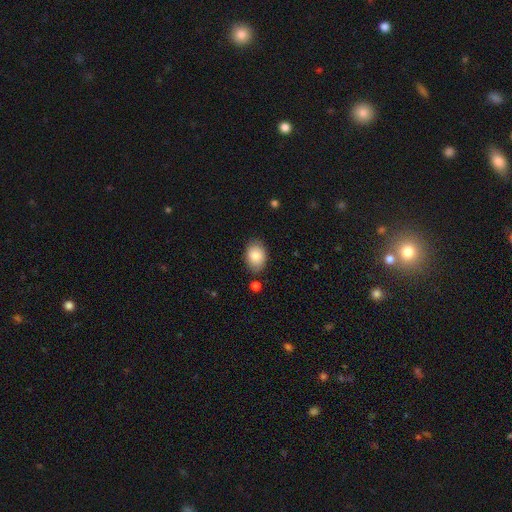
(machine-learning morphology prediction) smooth_or_featured: smooth (p=0.84) [alt: featured or disk p=0.09]
how_rounded: in between (p=0.81) [alt: round p=0.18]
merging: none (p=0.82) [alt: minor disturbance p=0.13]